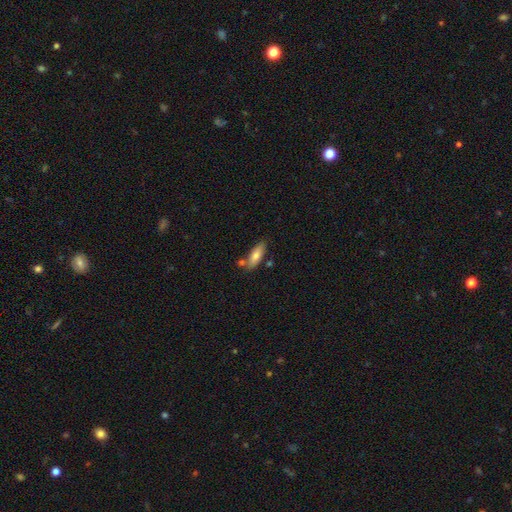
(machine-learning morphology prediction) The model was most divided on "how rounded": in between: 66%, cigar-shaped: 32%, round: 2%. More confident: smooth or featured — smooth (75%); merging — none (68%).